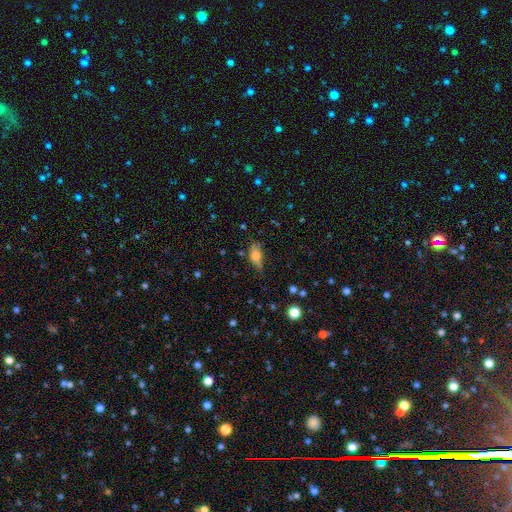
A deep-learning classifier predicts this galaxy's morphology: Smooth or featured? smooth (67%)
How rounded? in between (77%)
Merging? none (68%)